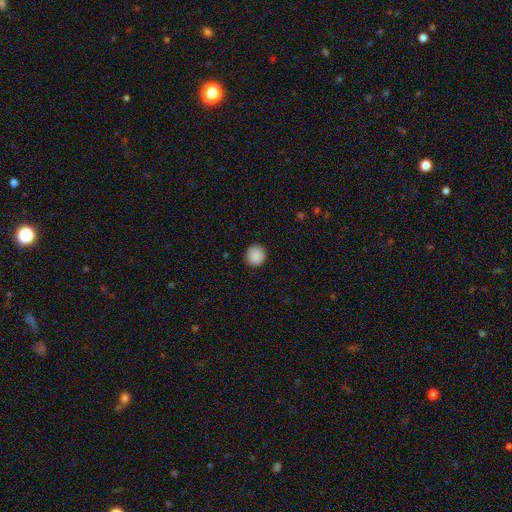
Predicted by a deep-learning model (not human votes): Q: Smooth or featured?
A: smooth (90%); runner-up: star or artifact (8%)
Q: How rounded?
A: round (94%); runner-up: in between (5%)
Q: Merging?
A: none (92%); runner-up: minor disturbance (5%)